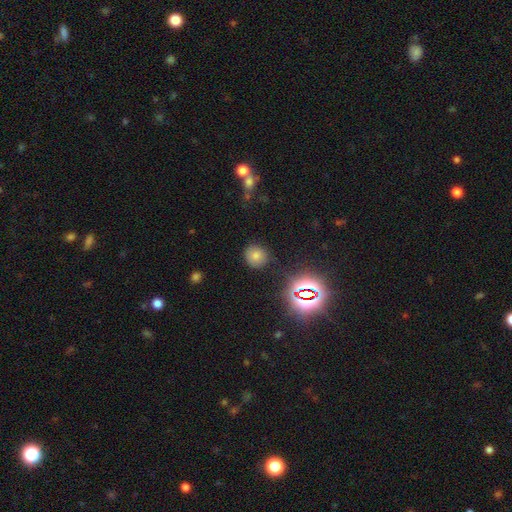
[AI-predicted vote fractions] The model was most divided on "smooth or featured": smooth: 62%, star or artifact: 28%, featured or disk: 10%. More confident: how rounded — round (89%); merging — none (85%).